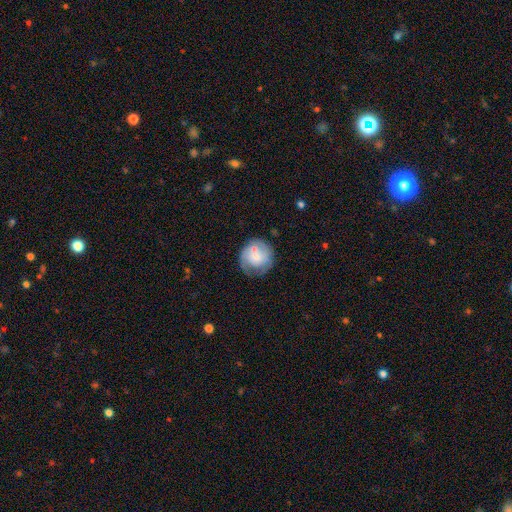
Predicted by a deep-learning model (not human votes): A smooth galaxy with no disk features (52%) that is round (87%). Merging: none (55%).